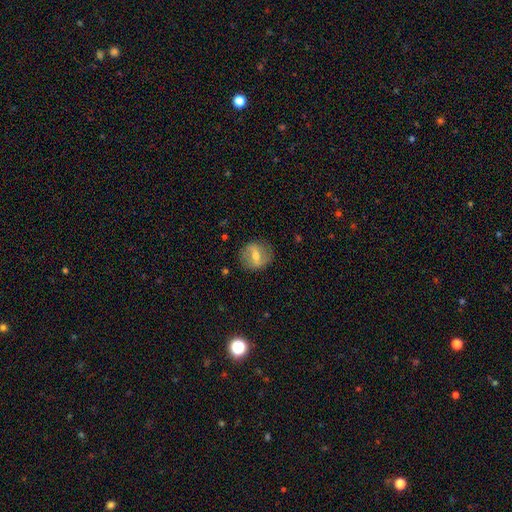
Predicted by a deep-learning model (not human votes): Smooth or featured: featured or disk — 51% (smooth — 42%)
Edge-on disk: no — 91% (yes — 9%)
Merging: none — 82% (minor disturbance — 13%)